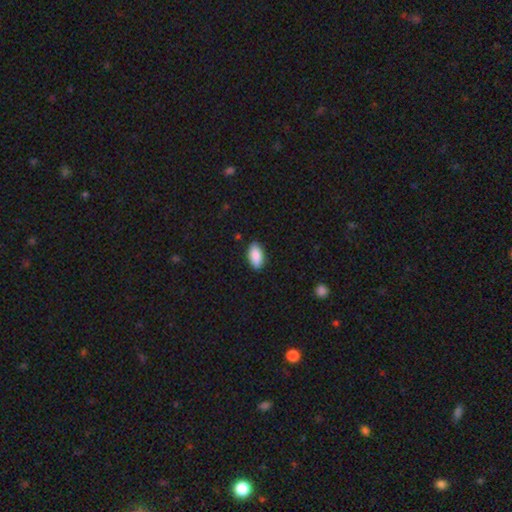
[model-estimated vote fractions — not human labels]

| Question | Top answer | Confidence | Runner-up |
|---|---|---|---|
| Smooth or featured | smooth | 88% | star or artifact (6%) |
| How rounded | in between | 93% | cigar-shaped (5%) |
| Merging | none | 87% | minor disturbance (10%) |